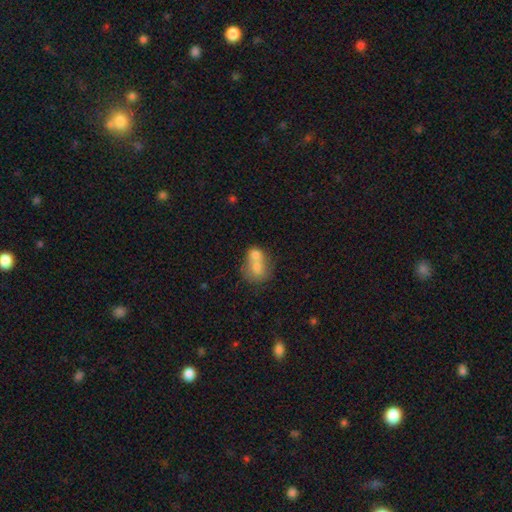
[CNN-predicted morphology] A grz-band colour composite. It shows a smooth galaxy with no disk features (69%) that is round (51%). Merging: merger (71%).